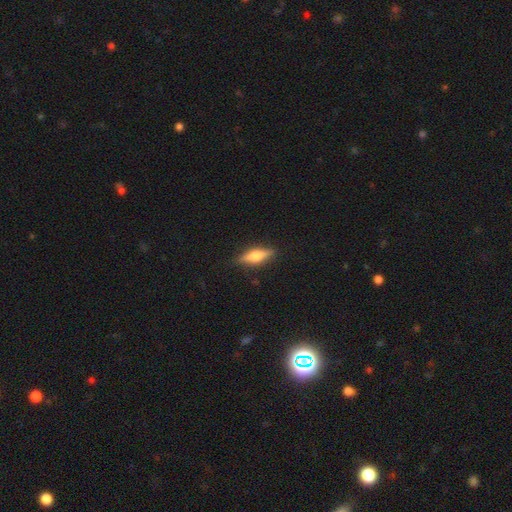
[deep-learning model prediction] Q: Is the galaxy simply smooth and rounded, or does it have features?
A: featured or disk — 47%, tied with smooth.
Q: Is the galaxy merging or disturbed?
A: none — 86%.